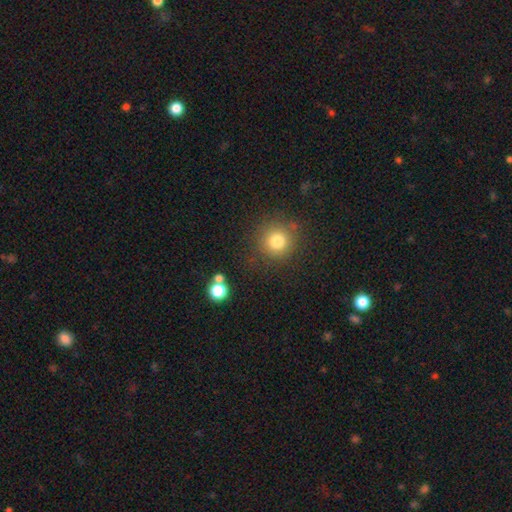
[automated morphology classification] smooth 65%, star or artifact 29%, featured or disk 7%. Down the decision tree: how rounded — round (94%); merging — none (90%).